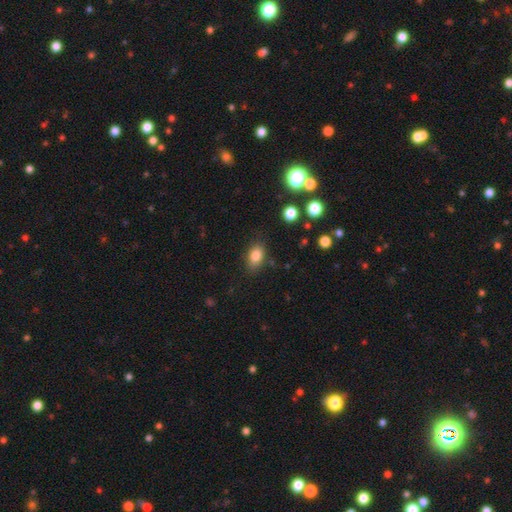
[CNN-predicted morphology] Smooth or featured: smooth — 83% (star or artifact — 10%)
How rounded: in between — 84% (round — 13%)
Merging: none — 81% (minor disturbance — 13%)